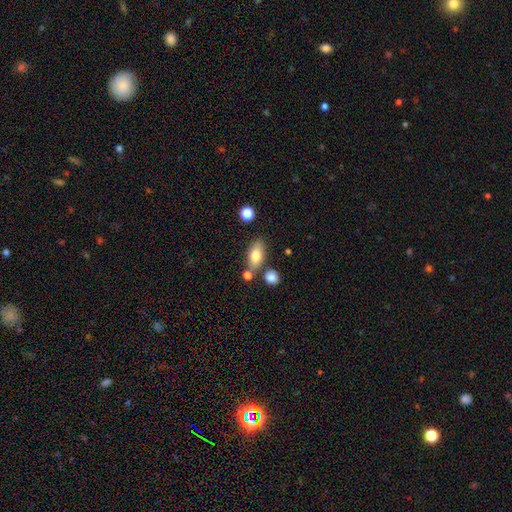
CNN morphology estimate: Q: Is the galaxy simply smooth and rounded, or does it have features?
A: smooth — 77%.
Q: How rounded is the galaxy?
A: in between — 84%.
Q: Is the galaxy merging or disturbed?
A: none — 68%.